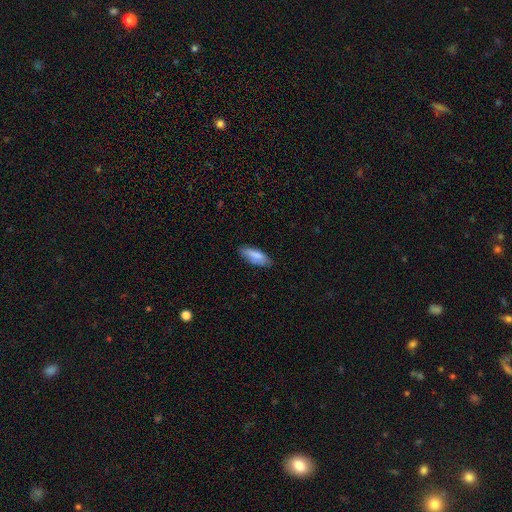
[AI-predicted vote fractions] Smooth or featured: smooth — 82% (featured or disk — 12%)
How rounded: in between — 66% (cigar-shaped — 32%)
Merging: none — 76% (minor disturbance — 19%)